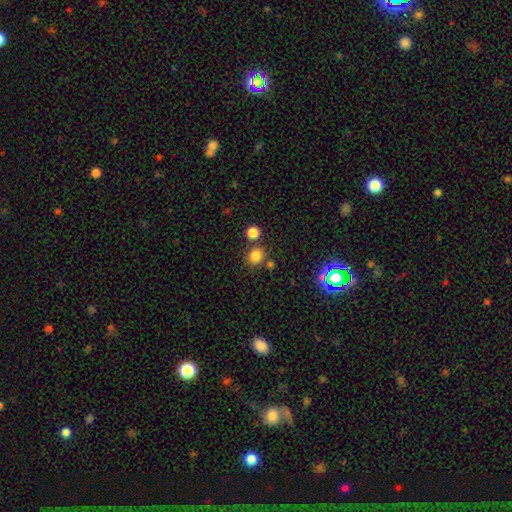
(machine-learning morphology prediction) Smooth or featured? Predicted: smooth (p=0.80). How rounded? Predicted: round (p=0.83). Merging? Predicted: none (p=0.75).